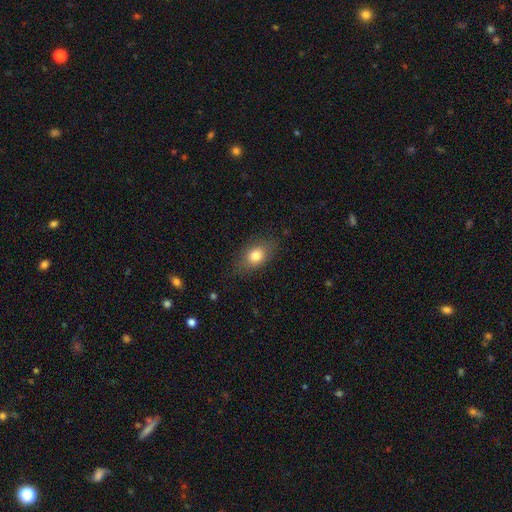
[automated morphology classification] This appears to be a smooth galaxy with no disk features (80%) that is in between round and cigar-shaped (73%). Merging: none (79%).